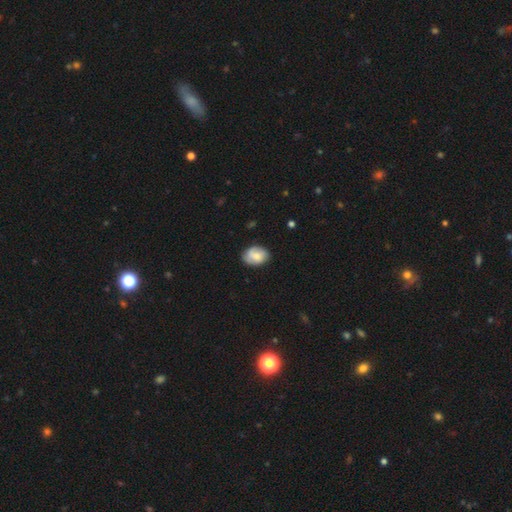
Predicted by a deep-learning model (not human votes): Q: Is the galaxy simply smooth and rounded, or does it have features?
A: smooth — 69%.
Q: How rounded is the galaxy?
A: in between — 71%.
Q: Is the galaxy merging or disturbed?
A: none — 73%.